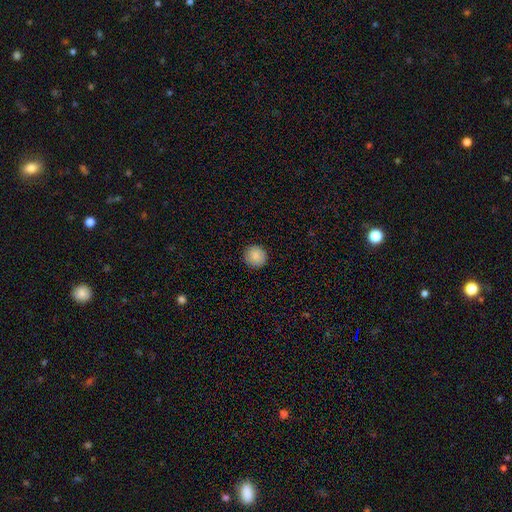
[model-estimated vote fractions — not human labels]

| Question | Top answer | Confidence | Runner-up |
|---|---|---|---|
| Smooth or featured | smooth | 88% | star or artifact (8%) |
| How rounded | round | 95% | in between (4%) |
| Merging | none | 92% | minor disturbance (5%) |